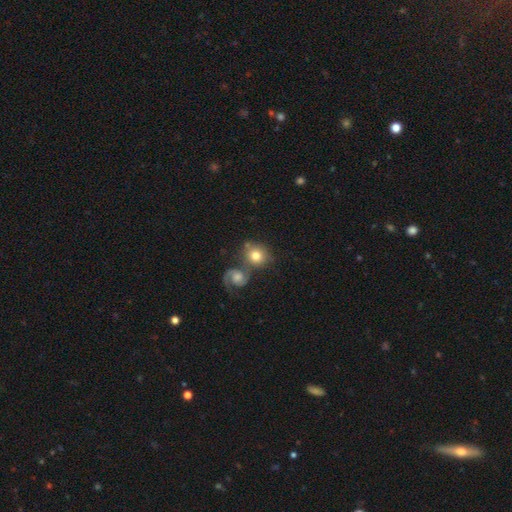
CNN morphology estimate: A smooth galaxy with no disk features (62%) that is round (81%).

Vote fractions:
- Smooth or featured? smooth: 62% / featured or disk: 30% / star or artifact: 8%
- How rounded? round: 81% / in between: 18% / cigar-shaped: 1%
- Merging? none: 47% / merger: 38% / minor disturbance: 10% / major disturbance: 6%